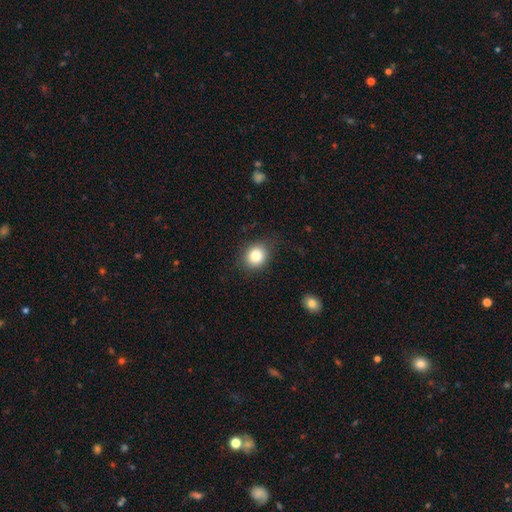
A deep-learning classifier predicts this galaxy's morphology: Smooth or featured? Predicted: smooth (p=0.83). How rounded? Predicted: round (p=0.70). Merging? Predicted: none (p=0.83).